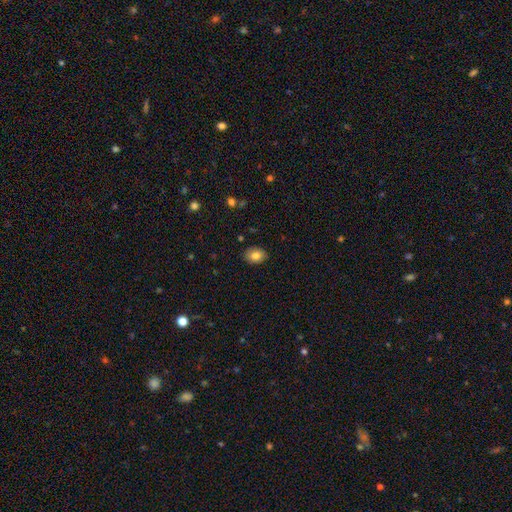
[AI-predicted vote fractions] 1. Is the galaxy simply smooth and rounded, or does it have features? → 81% smooth, 11% featured or disk, 9% star or artifact.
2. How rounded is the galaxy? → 67% in between, 32% round, 1% cigar-shaped.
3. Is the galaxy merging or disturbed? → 87% none, 10% minor disturbance, 2% major disturbance, 1% merger.